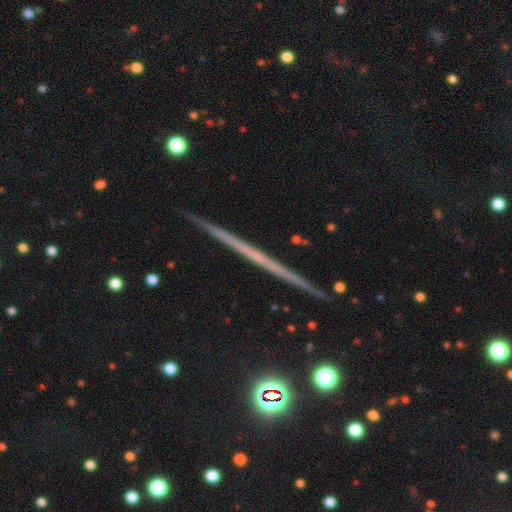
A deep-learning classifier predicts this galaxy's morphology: The model was most divided on "smooth or featured": featured or disk: 70%, smooth: 20%, star or artifact: 10%. More confident: edge-on disk — yes (98%); merging — none (92%); edge-on bulge — none (86%).